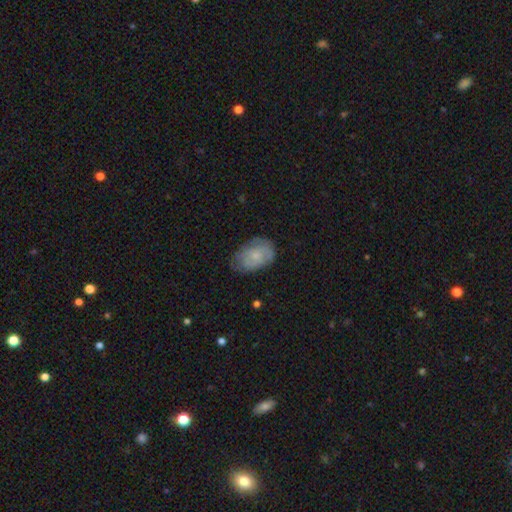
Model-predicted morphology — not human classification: A smooth galaxy with no disk features (59%) that is in between round and cigar-shaped (86%). Merging: none (63%).